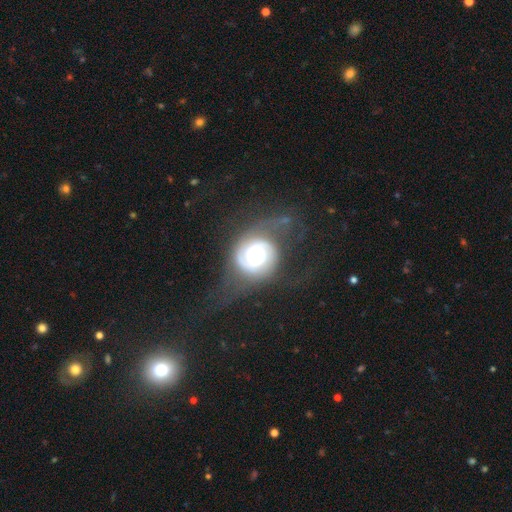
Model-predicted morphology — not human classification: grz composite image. It shows a featured or disk galaxy (81%) with no bar (70%), 2 (79%) tight (49%) spiral arms (94%) and a moderate central bulge (40%, tied with large). Merging: none (50%).